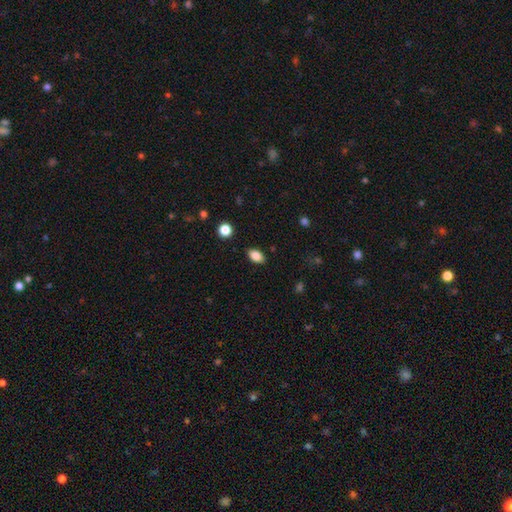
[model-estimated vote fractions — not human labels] Overall: smooth (86%). How rounded: in between (89%). Merging: none (87%).